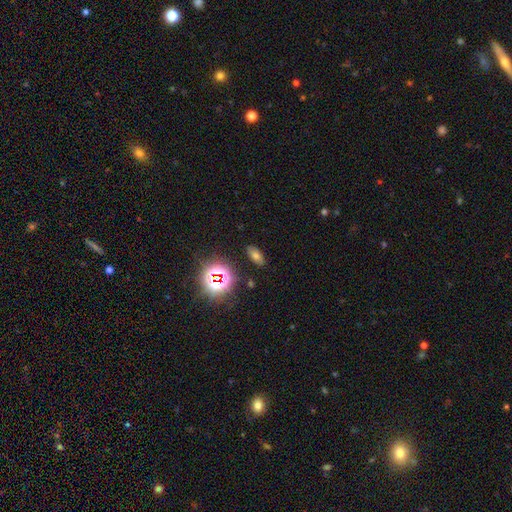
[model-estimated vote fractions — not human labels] Q: Smooth or featured?
A: smooth (59%); runner-up: star or artifact (28%)
Q: How rounded?
A: in between (85%); runner-up: round (8%)
Q: Merging?
A: none (86%); runner-up: minor disturbance (9%)